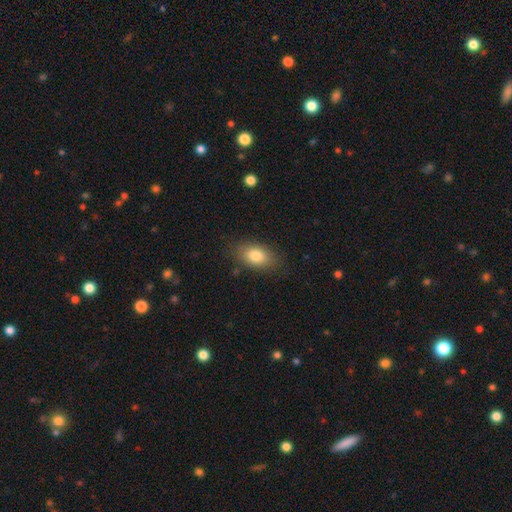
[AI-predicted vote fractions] Morphology: type=smooth (81%); roundness=in between (87%); merging=none (83%).